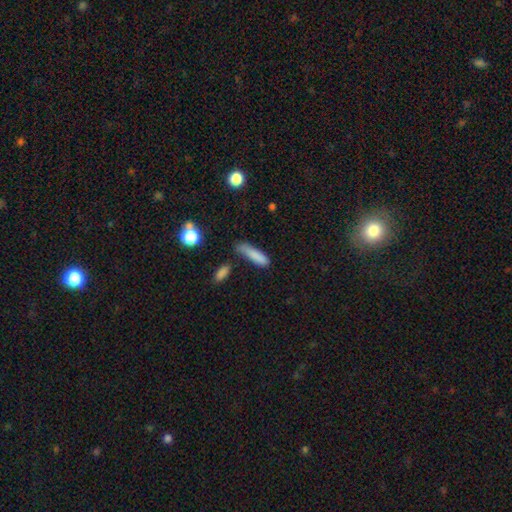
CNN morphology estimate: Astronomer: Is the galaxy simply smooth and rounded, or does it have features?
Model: smooth — 82%.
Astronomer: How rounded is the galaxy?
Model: cigar-shaped — 73%.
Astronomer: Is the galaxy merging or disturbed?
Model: none — 50% (runner-up: minor disturbance, 28%).